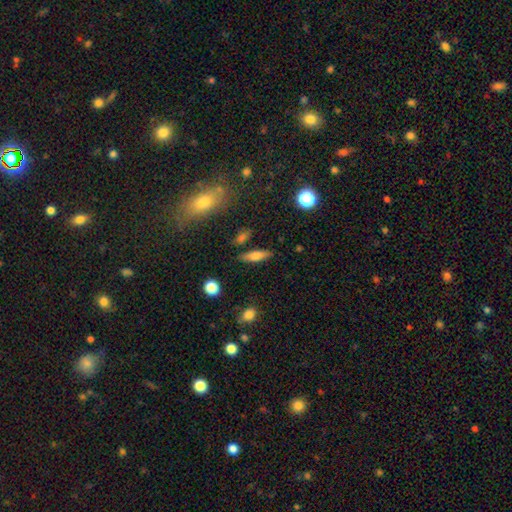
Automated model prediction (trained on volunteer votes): Overall: smooth (63%; featured or disk 28%). How rounded: cigar-shaped (53%; in between 44%). Merging: none (82%).